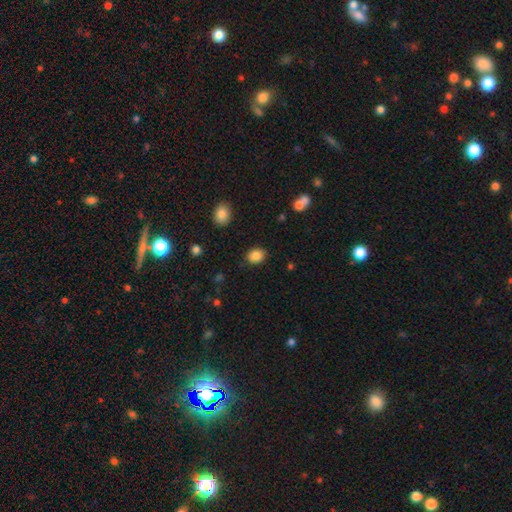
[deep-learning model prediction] A smooth galaxy with no disk features (87%) that is round (52%). Merging: none (85%).